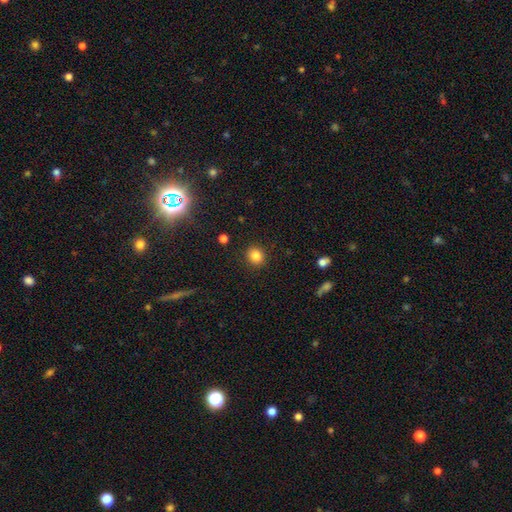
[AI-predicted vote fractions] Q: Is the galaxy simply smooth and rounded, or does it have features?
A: smooth — 84%.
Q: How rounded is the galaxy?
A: round — 77%.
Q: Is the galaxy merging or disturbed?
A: none — 90%.